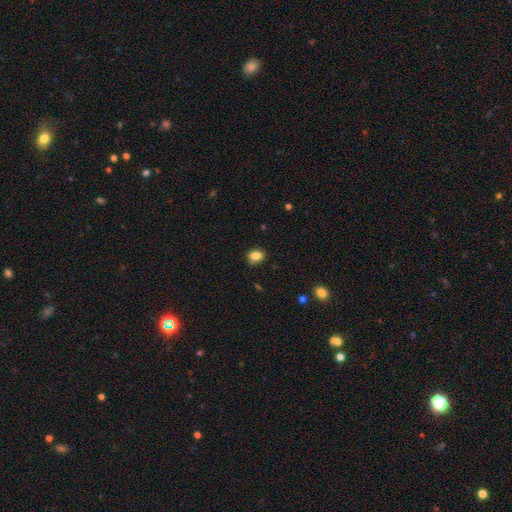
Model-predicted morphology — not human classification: Smooth or featured? smooth (85%)
How rounded? in between (60%)
Merging? none (78%)